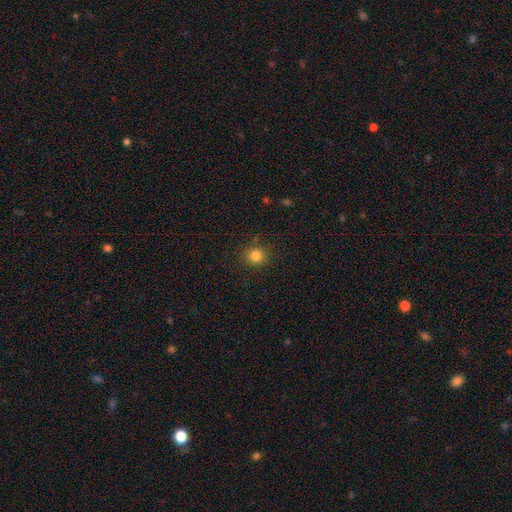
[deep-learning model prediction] Smooth or featured: smooth — 83% (star or artifact — 13%)
How rounded: round — 88% (in between — 11%)
Merging: none — 87% (minor disturbance — 8%)